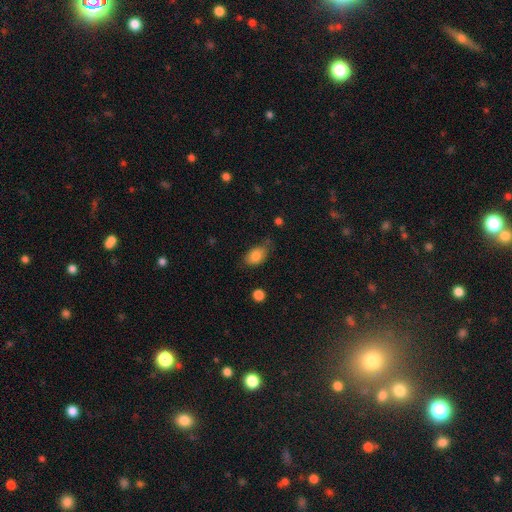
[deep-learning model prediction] Morphology: type=smooth (84%); roundness=in between (87%); merging=none (67%).